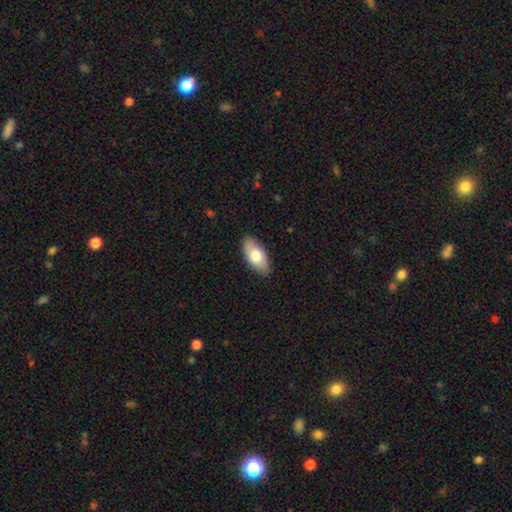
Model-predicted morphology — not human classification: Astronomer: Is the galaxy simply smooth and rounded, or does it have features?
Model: smooth — 75%.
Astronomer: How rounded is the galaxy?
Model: in between — 90%.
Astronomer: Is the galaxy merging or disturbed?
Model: none — 87%.